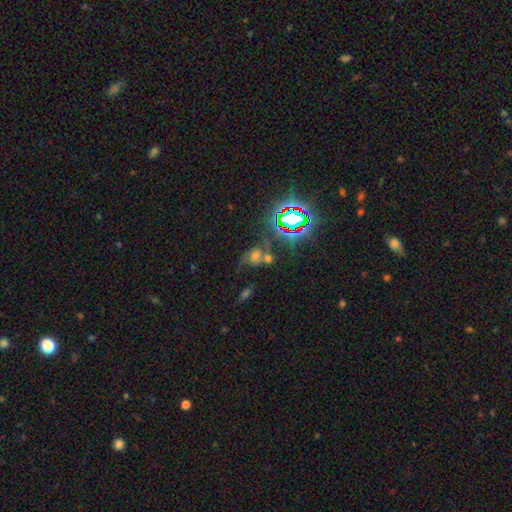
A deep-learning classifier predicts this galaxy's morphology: This is marginally a star or artifact rather than a galaxy (43%).